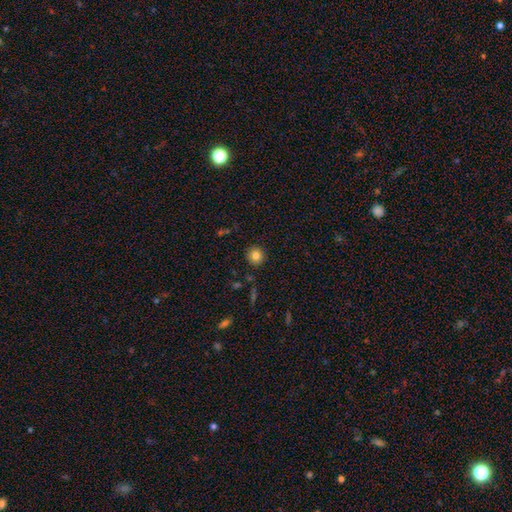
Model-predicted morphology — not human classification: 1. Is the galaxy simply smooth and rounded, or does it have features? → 81% smooth, 11% star or artifact, 7% featured or disk.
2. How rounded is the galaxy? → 93% round, 6% in between, 1% cigar-shaped.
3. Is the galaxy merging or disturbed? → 91% none, 6% minor disturbance, 2% major disturbance, 1% merger.